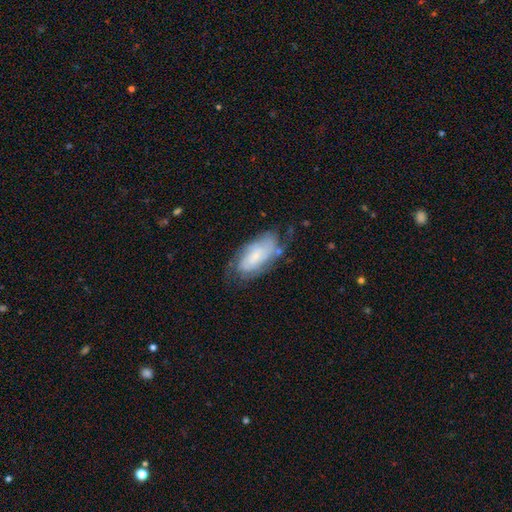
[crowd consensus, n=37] smooth_or_featured: featured or disk (p=0.76) [alt: smooth p=0.24]
disk_edge_on: no (p=0.86) [alt: yes p=0.14]
bar: no (p=0.58) [alt: weak p=0.29]
has_spiral_arms: yes (p=0.92) [alt: no p=0.08]
spiral_winding: tight (p=0.55) [alt: medium p=0.41]
spiral_arm_count: can't tell (p=0.41) [alt: 2 p=0.36]
bulge_size: small (p=0.50) [alt: moderate p=0.42]
merging: none (p=0.57) [alt: minor disturbance p=0.32]